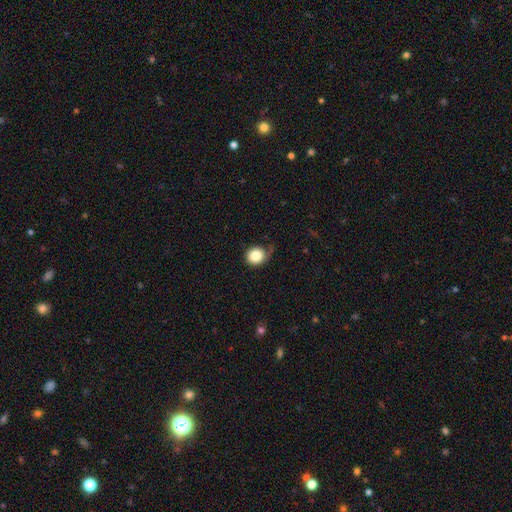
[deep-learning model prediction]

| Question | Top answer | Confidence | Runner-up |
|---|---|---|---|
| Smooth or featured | smooth | 84% | featured or disk (8%) |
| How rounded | round | 83% | in between (17%) |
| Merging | none | 54% | minor disturbance (29%) |